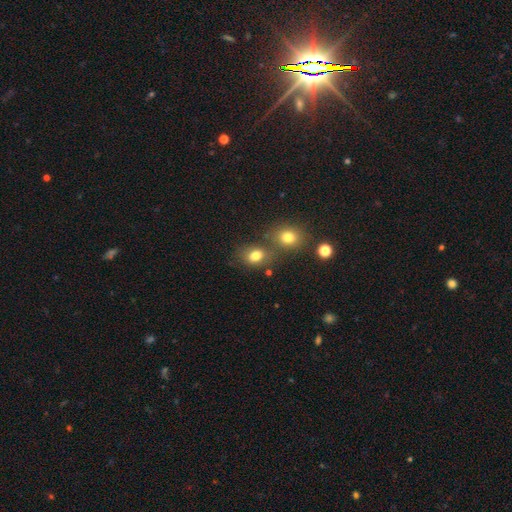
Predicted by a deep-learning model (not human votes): Morphology: type=smooth (78%); roundness=in between (52%); merging=none (55%).